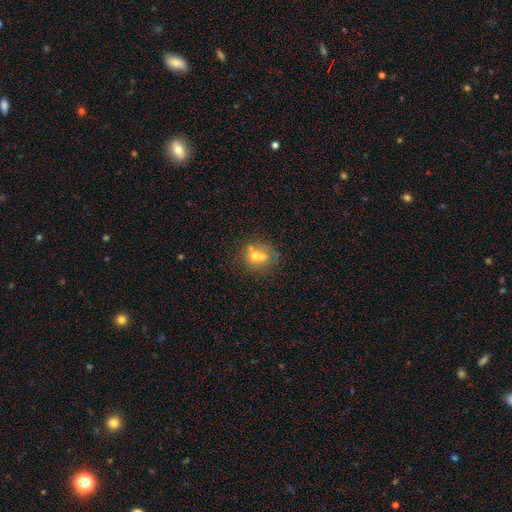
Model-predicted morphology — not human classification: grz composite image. It shows a smooth galaxy with no disk features (55%) that is round (72%). Merging: merger (52%).